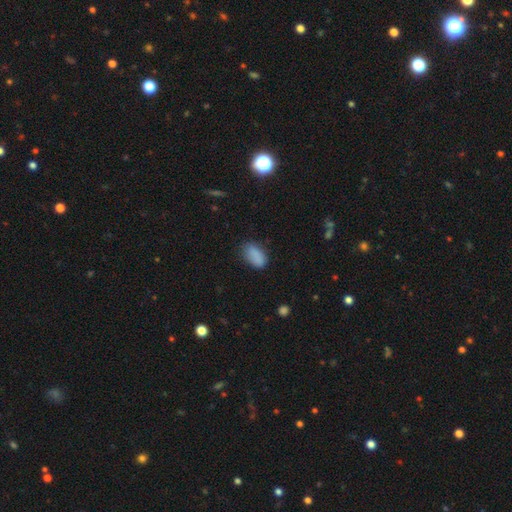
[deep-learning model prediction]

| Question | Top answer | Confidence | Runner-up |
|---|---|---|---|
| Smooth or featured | smooth | 86% | star or artifact (9%) |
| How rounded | in between | 91% | round (5%) |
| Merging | none | 70% | minor disturbance (22%) |